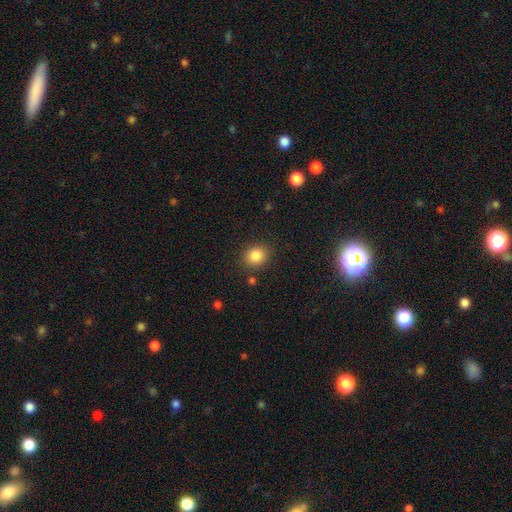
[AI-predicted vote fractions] This is clearly a smooth galaxy (85%). How rounded: likely round (72%). Merging: clearly none (85%).